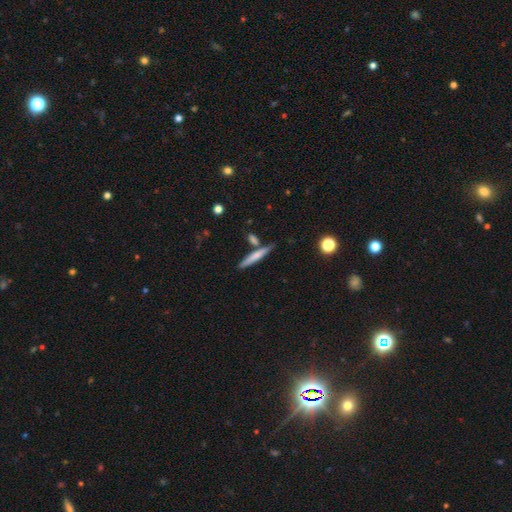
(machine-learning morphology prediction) smooth-or-featured: smooth: 66% | featured or disk: 28% | star or artifact: 6%
  how-rounded: cigar-shaped: 93% | in between: 6% | round: 2%
  merging: none: 74% | merger: 12% | minor disturbance: 11% | major disturbance: 3%